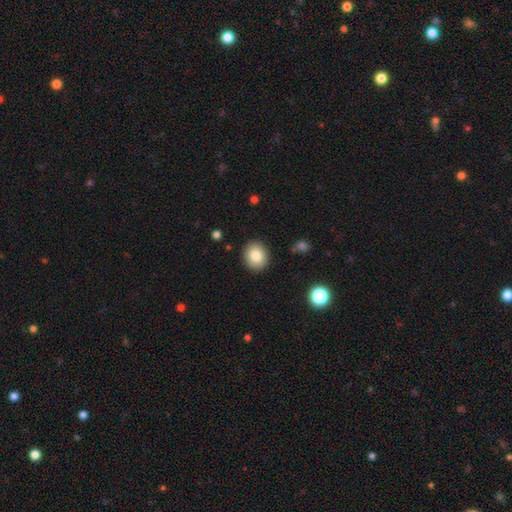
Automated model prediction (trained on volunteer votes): Smooth or featured? smooth (84%)
How rounded? round (76%)
Merging? none (90%)